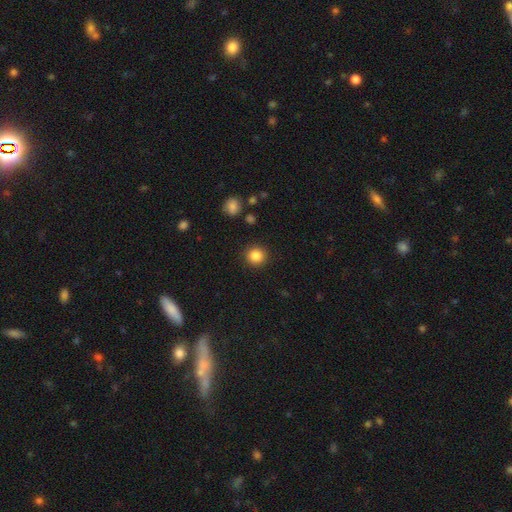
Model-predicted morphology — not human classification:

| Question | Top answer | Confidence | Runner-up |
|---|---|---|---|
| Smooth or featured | smooth | 85% | star or artifact (11%) |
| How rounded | round | 93% | in between (6%) |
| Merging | none | 91% | minor disturbance (5%) |